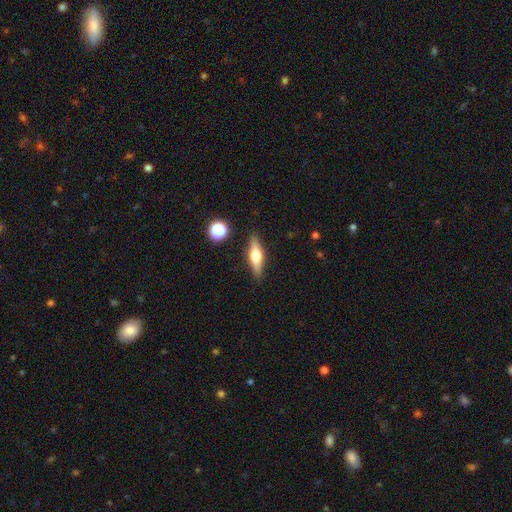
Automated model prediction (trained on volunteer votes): Overall: featured or disk (54%; smooth 38%). Edge-on disk: yes (94%). Edge-on bulge: rounded (93%). Merging: none (87%).